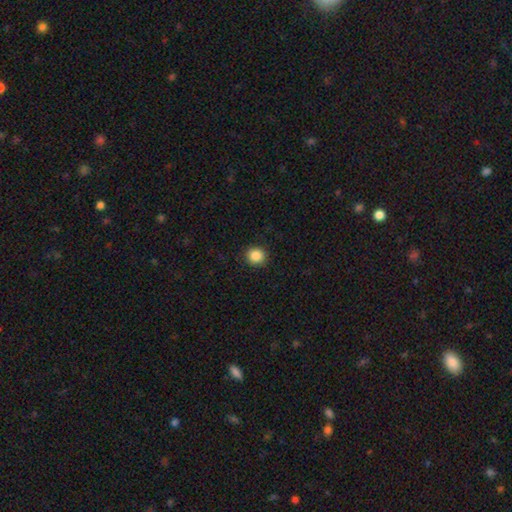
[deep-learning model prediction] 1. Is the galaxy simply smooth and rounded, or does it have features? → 87% smooth, 10% star or artifact, 4% featured or disk.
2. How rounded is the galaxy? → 92% round, 7% in between, 1% cigar-shaped.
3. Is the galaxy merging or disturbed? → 91% none, 6% minor disturbance, 2% major disturbance, 1% merger.